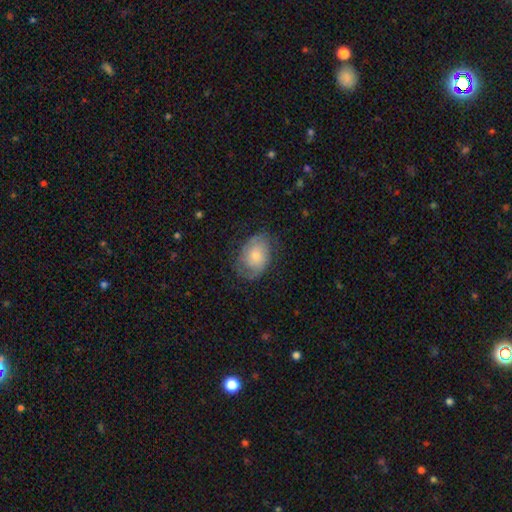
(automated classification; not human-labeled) A smooth galaxy with no disk features (49%). Merging: none (62%).